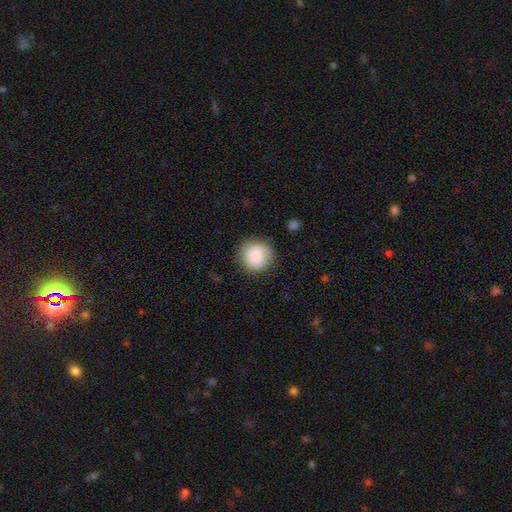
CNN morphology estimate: Smooth or featured? Predicted: smooth (p=0.83). How rounded? Predicted: round (p=0.91). Merging? Predicted: none (p=0.83).